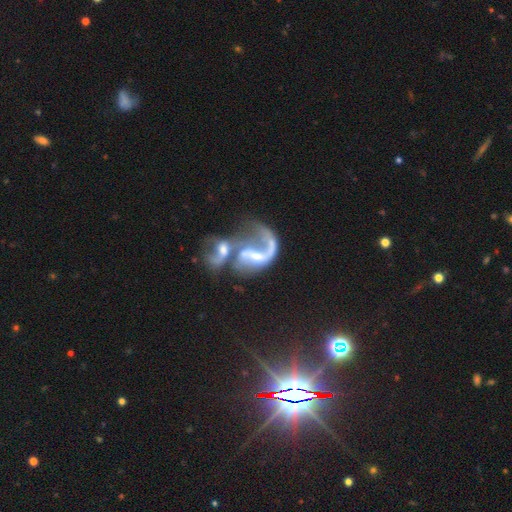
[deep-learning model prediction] smooth_or_featured: featured or disk (p=0.81) [alt: smooth p=0.10]
disk_edge_on: no (p=0.97) [alt: yes p=0.03]
bar: weak (p=0.41) [alt: no p=0.37]
has_spiral_arms: yes (p=0.86) [alt: no p=0.14]
spiral_winding: loose (p=0.70) [alt: medium p=0.24]
spiral_arm_count: 2 (p=0.58) [alt: 1 p=0.31]
bulge_size: small (p=0.47) [alt: moderate p=0.37]
merging: merger (p=0.72) [alt: major disturbance p=0.13]